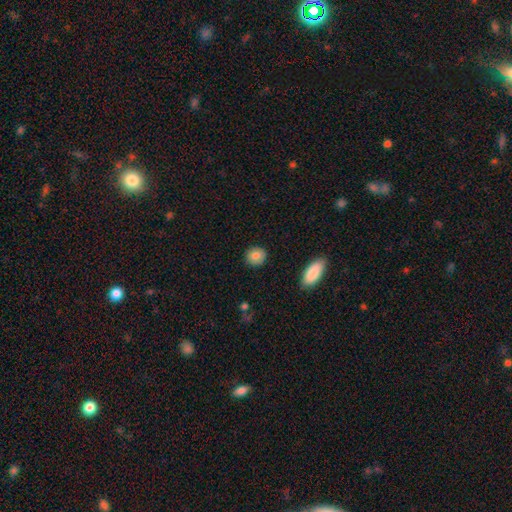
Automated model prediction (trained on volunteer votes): A smooth galaxy with no disk features (85%) that is round (80%).

Vote fractions:
- Smooth or featured? smooth: 85% / featured or disk: 8% / star or artifact: 8%
- How rounded? round: 80% / in between: 18% / cigar-shaped: 1%
- Merging? none: 89% / minor disturbance: 8% / major disturbance: 2% / merger: 1%